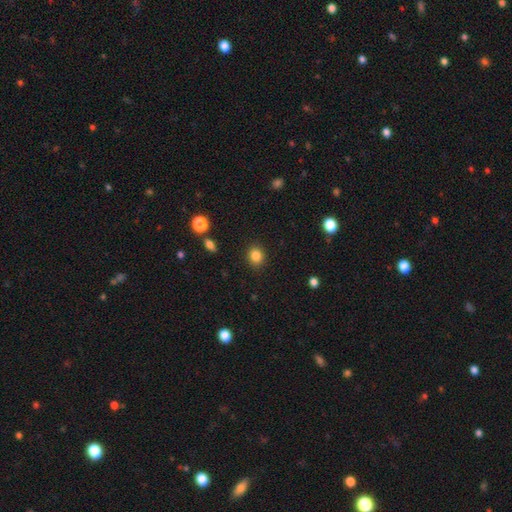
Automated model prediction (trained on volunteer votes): This is clearly a smooth galaxy (84%). How rounded: likely round (73%). Merging: clearly none (90%).